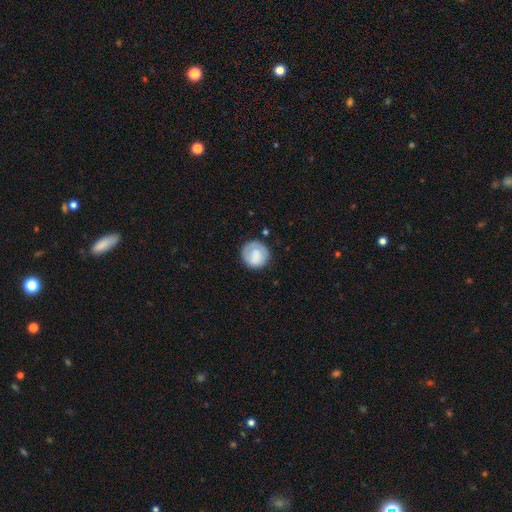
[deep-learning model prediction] Overall: smooth (75%). How rounded: round (91%). Merging: none (77%).